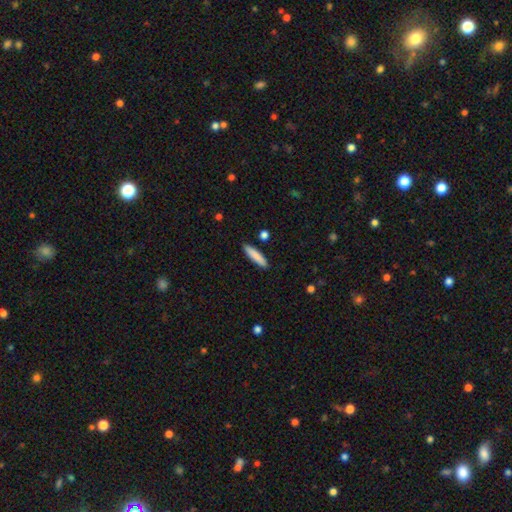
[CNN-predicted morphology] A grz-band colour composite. It shows a smooth galaxy with no disk features (85%) that is cigar-shaped (83%). Merging: none (89%).